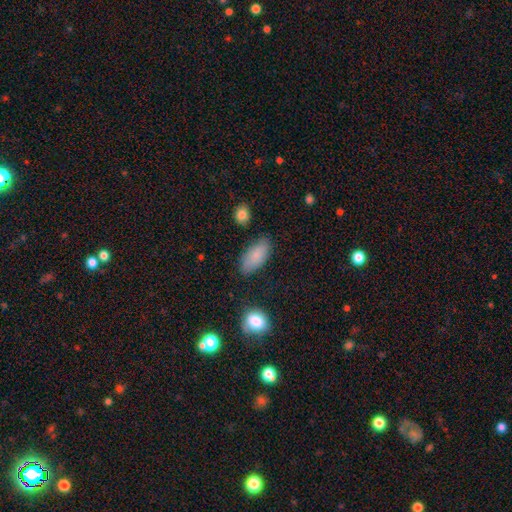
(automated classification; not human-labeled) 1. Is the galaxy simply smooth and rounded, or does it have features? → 83% smooth, 10% featured or disk, 7% star or artifact.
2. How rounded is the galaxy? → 90% in between, 7% cigar-shaped, 3% round.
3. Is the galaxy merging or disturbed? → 77% none, 17% minor disturbance, 4% major disturbance, 3% merger.